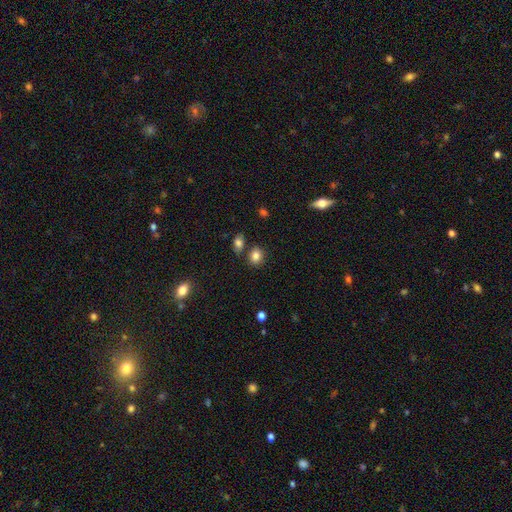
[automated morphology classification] smooth 83%, star or artifact 10%, featured or disk 7%. Down the decision tree: how rounded — round (52%); merging — none (75%).